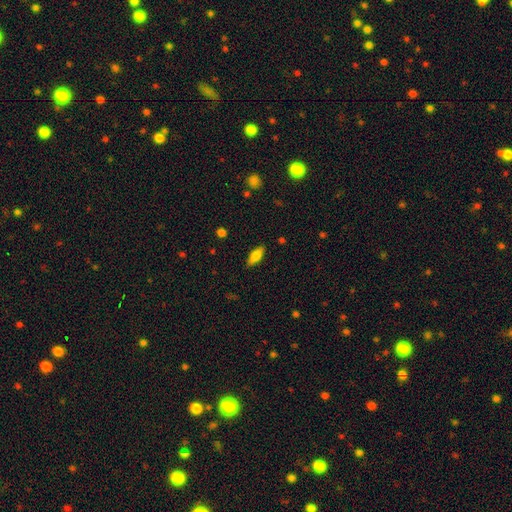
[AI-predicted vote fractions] This appears to be a smooth galaxy with no disk features (75%) that is in between round and cigar-shaped (74%). Merging: none (87%).